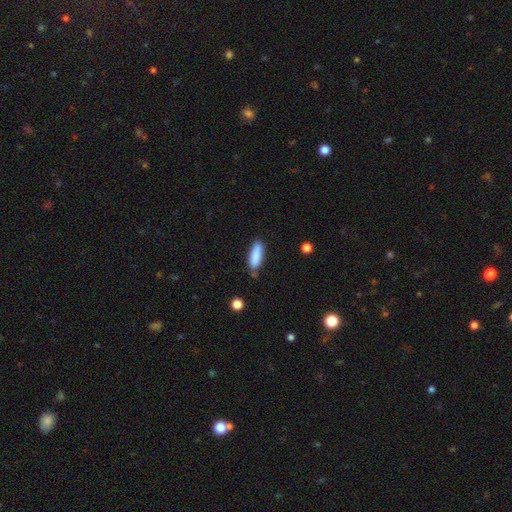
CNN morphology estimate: Overall: smooth (86%). How rounded: cigar-shaped (50%; in between 49%). Merging: none (73%).